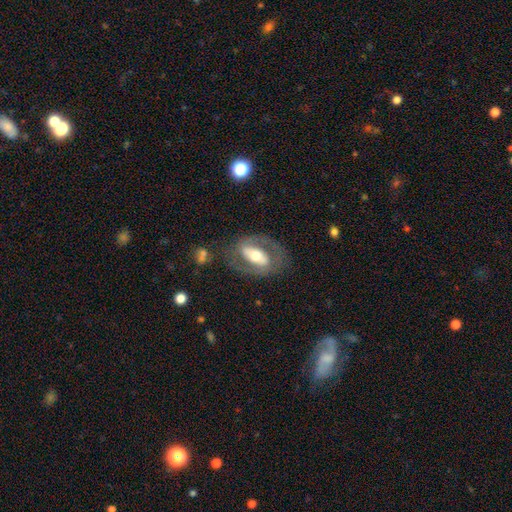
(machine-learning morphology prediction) Smooth or featured? featured or disk (70%)
Edge-on disk? no (92%)
Bar? strong (45%)
Spiral arms? yes (60%)
Bulge size? moderate (63%)
Merging? none (70%)